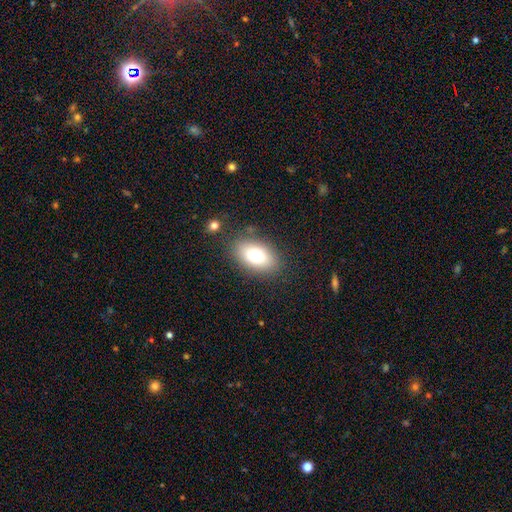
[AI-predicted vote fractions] smooth-or-featured: smooth: 75% | featured or disk: 15% | star or artifact: 11%
  how-rounded: in between: 87% | round: 12% | cigar-shaped: 2%
  merging: none: 82% | minor disturbance: 11% | major disturbance: 4% | merger: 2%